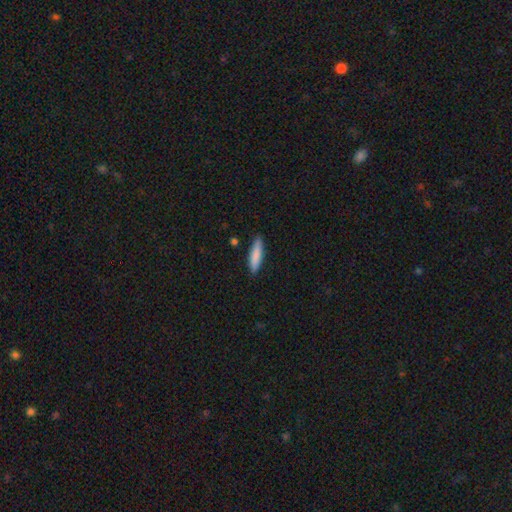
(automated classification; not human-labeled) smooth-or-featured: smooth: 83% | featured or disk: 11% | star or artifact: 6%
  how-rounded: cigar-shaped: 77% | in between: 22% | round: 1%
  merging: none: 86% | minor disturbance: 11% | major disturbance: 2% | merger: 1%